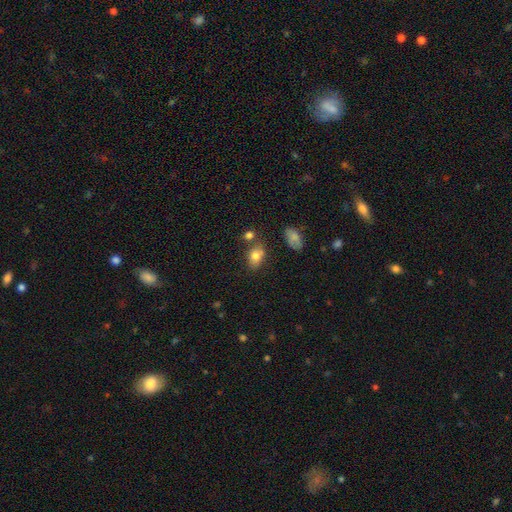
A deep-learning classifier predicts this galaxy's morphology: The model was most divided on "merging": none: 64%, minor disturbance: 17%, merger: 15%, major disturbance: 5%. More confident: how rounded — in between (82%); smooth or featured — smooth (79%).